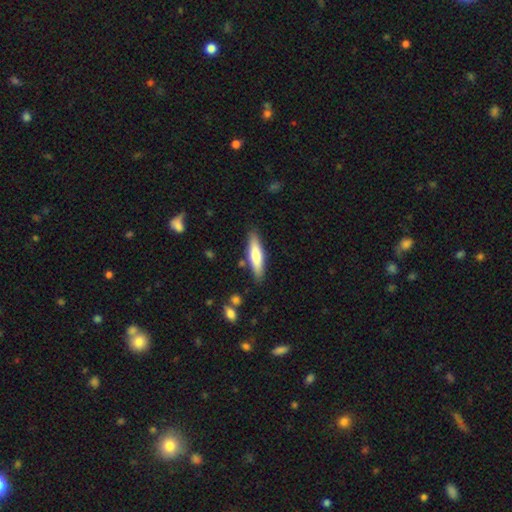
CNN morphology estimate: A smooth galaxy with no disk features (63%) that is cigar-shaped (75%).

Vote fractions:
- Smooth or featured? smooth: 63% / featured or disk: 32% / star or artifact: 6%
- How rounded? cigar-shaped: 75% / in between: 24% / round: 1%
- Merging? none: 85% / minor disturbance: 10% / merger: 3% / major disturbance: 2%